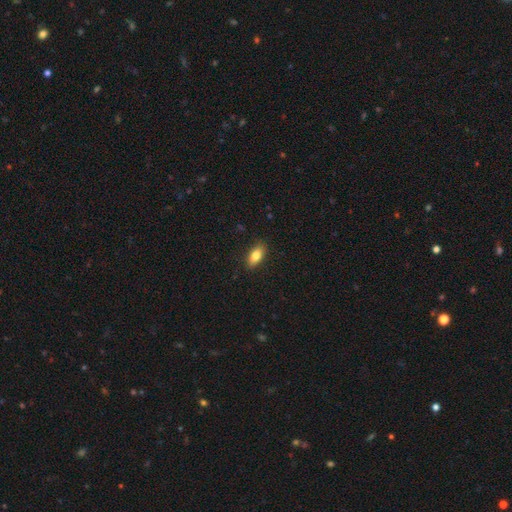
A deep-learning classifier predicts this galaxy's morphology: type=smooth (83%); roundness=in between (86%); merging=none (88%).